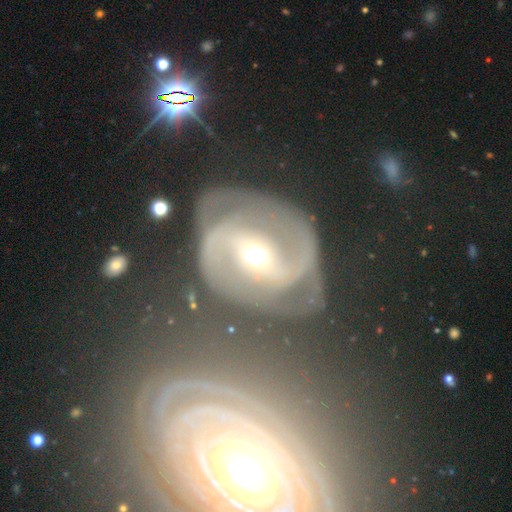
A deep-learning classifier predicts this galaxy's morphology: type=featured or disk (85%); edge-on=no (97%); bar=strong (47%); spiral arms=yes (95%); winding=tight (45%); arm count=2 (78%); bulge=moderate (62%); merging=none (64%).